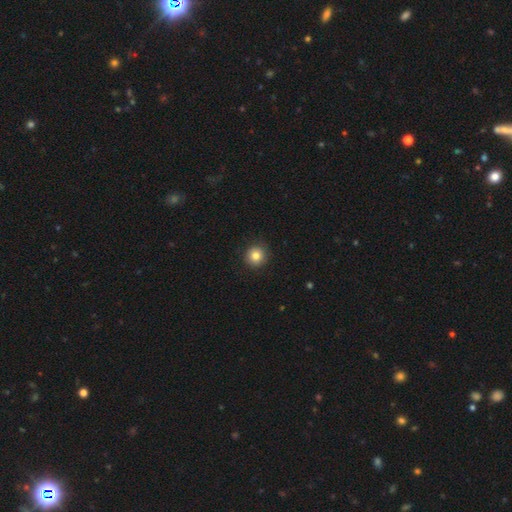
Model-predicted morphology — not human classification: This is clearly a smooth galaxy (83%). How rounded: clearly round (93%). Merging: clearly none (91%).